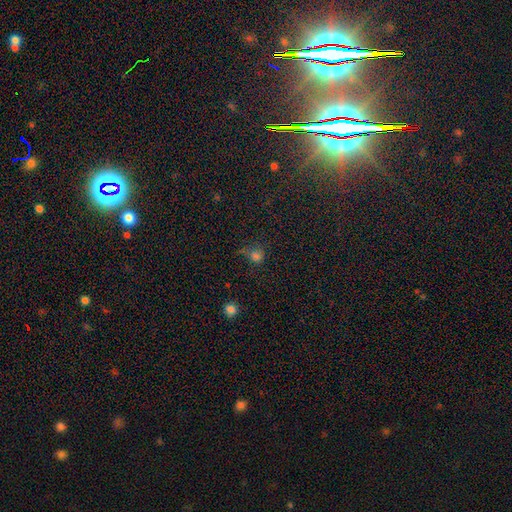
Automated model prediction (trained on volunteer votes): Q: Smooth or featured?
A: smooth (73%); runner-up: star or artifact (21%)
Q: How rounded?
A: round (80%); runner-up: in between (19%)
Q: Merging?
A: none (53%); runner-up: minor disturbance (24%)